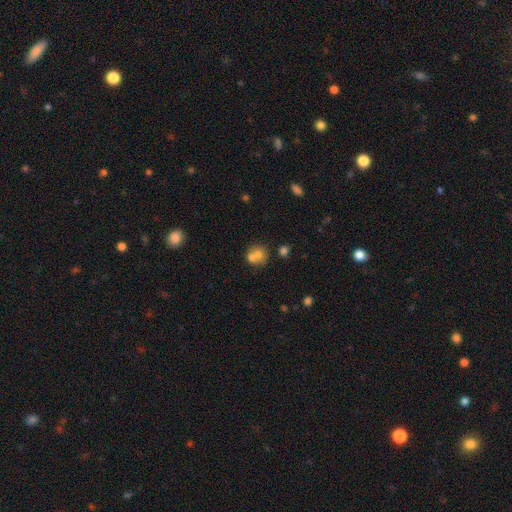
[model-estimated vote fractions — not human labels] This appears to be a smooth galaxy with no disk features (69%) that is round (78%). Merging: merger (52%).